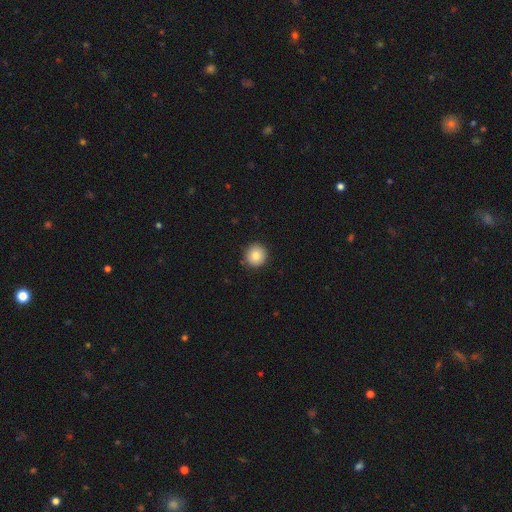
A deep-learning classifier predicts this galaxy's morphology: A smooth galaxy with no disk features (83%) that is round (94%).

Vote fractions:
- Smooth or featured? smooth: 83% / star or artifact: 9% / featured or disk: 8%
- How rounded? round: 94% / in between: 5% / cigar-shaped: 1%
- Merging? none: 90% / minor disturbance: 7% / major disturbance: 2% / merger: 1%